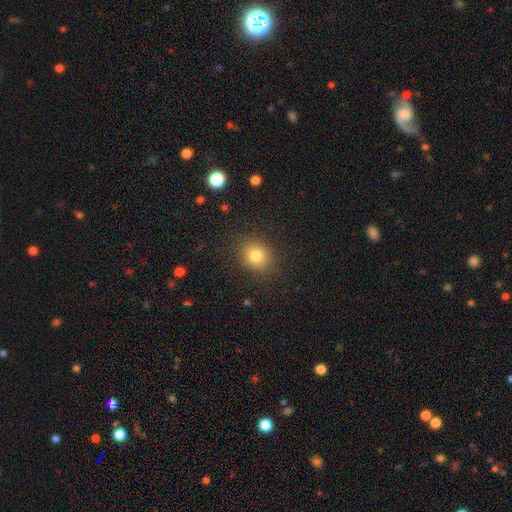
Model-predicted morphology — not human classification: Overall: smooth (80%). How rounded: round (69%; in between 30%). Merging: none (87%).